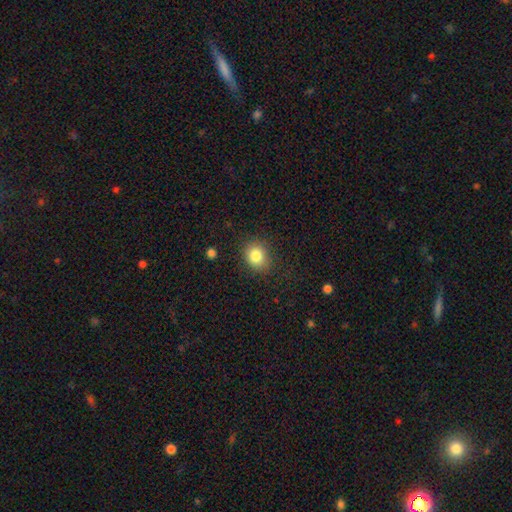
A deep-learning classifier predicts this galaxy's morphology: A smooth galaxy with no disk features (82%) that is round (64%).

Vote fractions:
- Smooth or featured? smooth: 82% / star or artifact: 11% / featured or disk: 7%
- How rounded? round: 64% / in between: 35% / cigar-shaped: 1%
- Merging? none: 83% / minor disturbance: 12% / major disturbance: 4% / merger: 1%